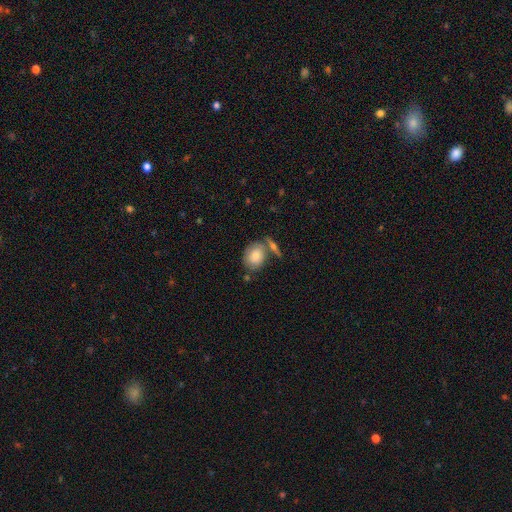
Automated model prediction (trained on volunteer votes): Q: Smooth or featured?
A: smooth (78%); runner-up: featured or disk (15%)
Q: How rounded?
A: in between (63%); runner-up: round (35%)
Q: Merging?
A: none (54%); runner-up: merger (23%)